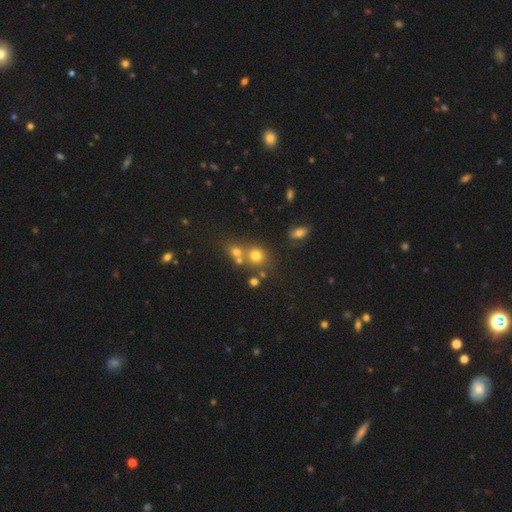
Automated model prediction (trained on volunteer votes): Morphology: type=smooth (70%); roundness=round (83%); merging=none (53%).